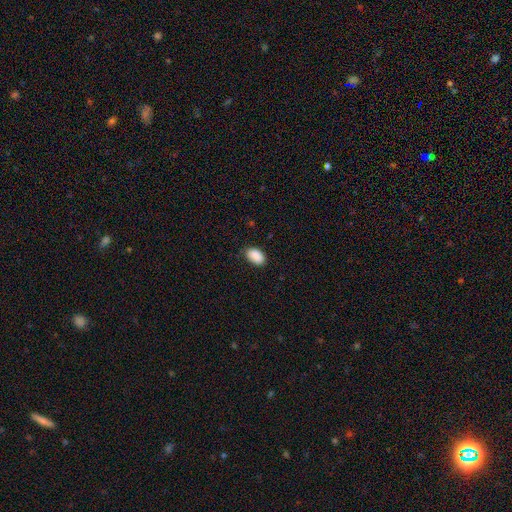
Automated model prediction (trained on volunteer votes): The model was most divided on "merging": none: 79%, minor disturbance: 17%, major disturbance: 3%, merger: 1%. More confident: how rounded — in between (92%); smooth or featured — smooth (90%).